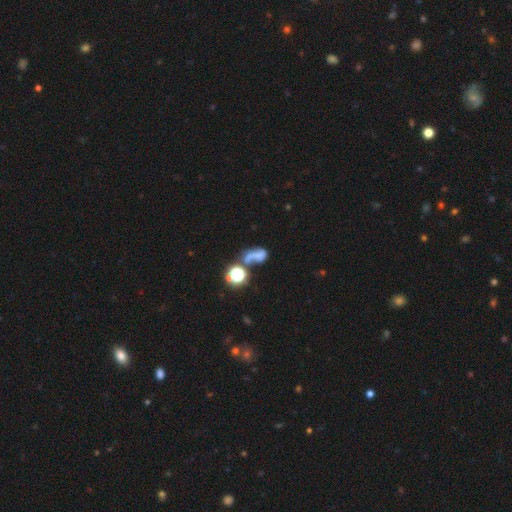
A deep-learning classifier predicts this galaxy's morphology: type=smooth (45%); merging=merger (33%).